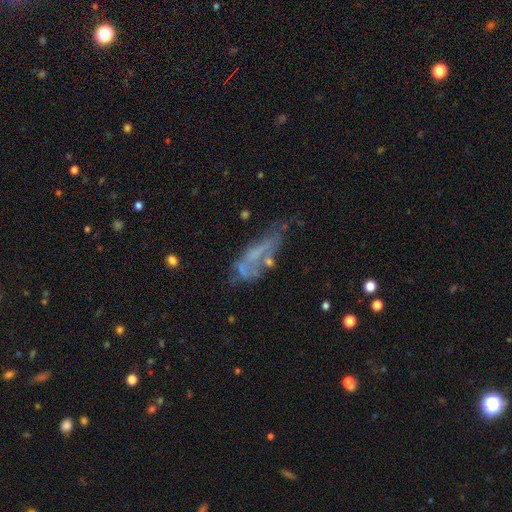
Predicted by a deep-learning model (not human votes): Smooth or featured: featured or disk — 52% (smooth — 33%)
Edge-on disk: no — 83% (yes — 17%)
Merging: none — 32% (major disturbance — 31%)